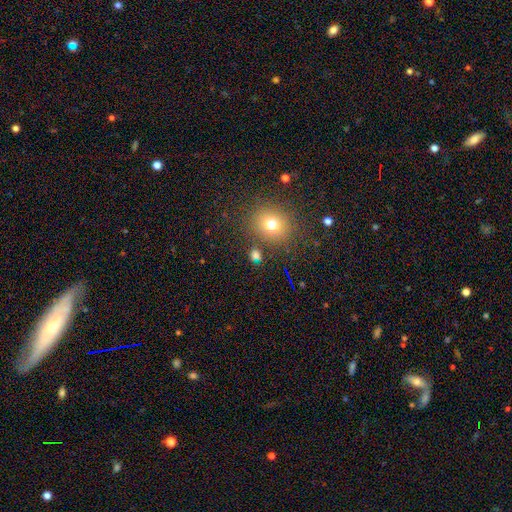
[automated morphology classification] Smooth or featured? Predicted: smooth (p=0.68). How rounded? Predicted: round (p=0.67). Merging? Predicted: none (p=0.79).